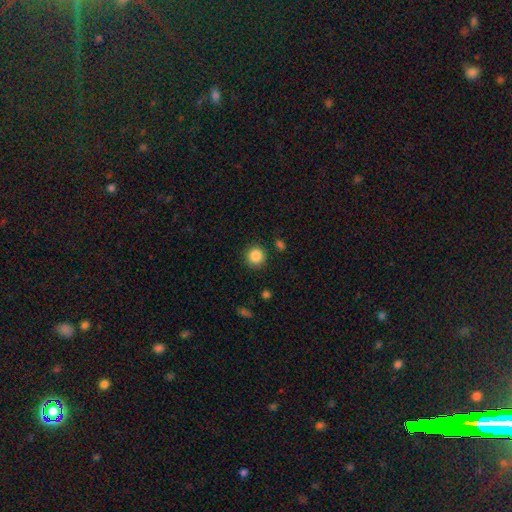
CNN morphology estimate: A smooth galaxy with no disk features (87%) that is round (93%). Merging: none (89%).